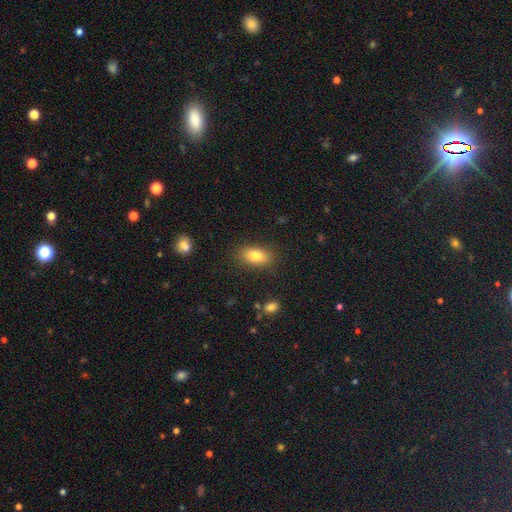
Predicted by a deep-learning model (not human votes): Overall: smooth (81%). How rounded: in between (87%). Merging: none (84%).